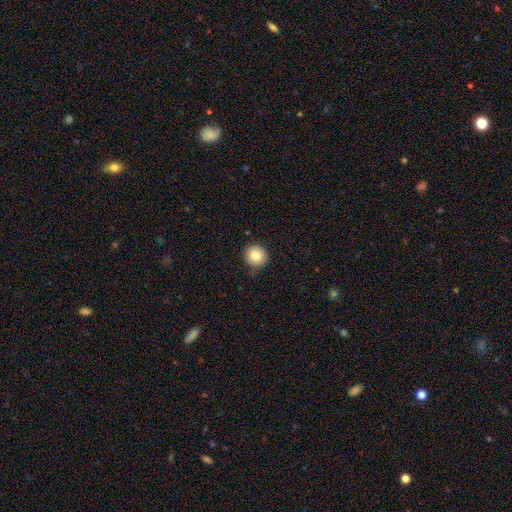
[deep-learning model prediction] smooth_or_featured: smooth (p=0.85) [alt: star or artifact p=0.09]
how_rounded: round (p=0.91) [alt: in between p=0.08]
merging: none (p=0.85) [alt: minor disturbance p=0.12]